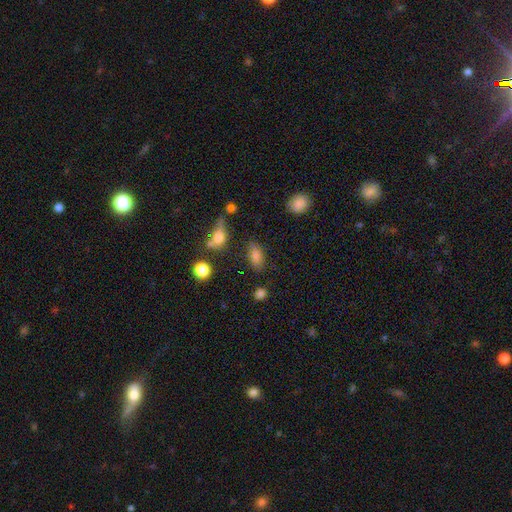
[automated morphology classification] smooth_or_featured: smooth (p=0.77) [alt: star or artifact p=0.12]
how_rounded: in between (p=0.85) [alt: cigar-shaped p=0.08]
merging: none (p=0.70) [alt: minor disturbance p=0.18]